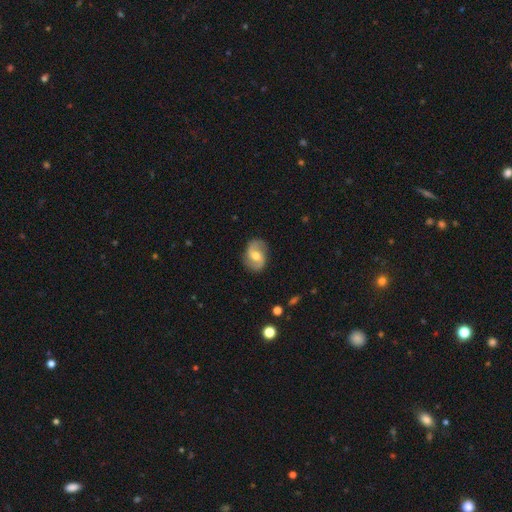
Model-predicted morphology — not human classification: Smooth or featured? featured or disk (77%)
Edge-on disk? no (97%)
Bar? weak (46%)
Spiral arms? yes (92%)
Spiral winding? loose (44%)
Spiral arm count? 2 (92%)
Bulge size? moderate (72%)
Merging? none (84%)